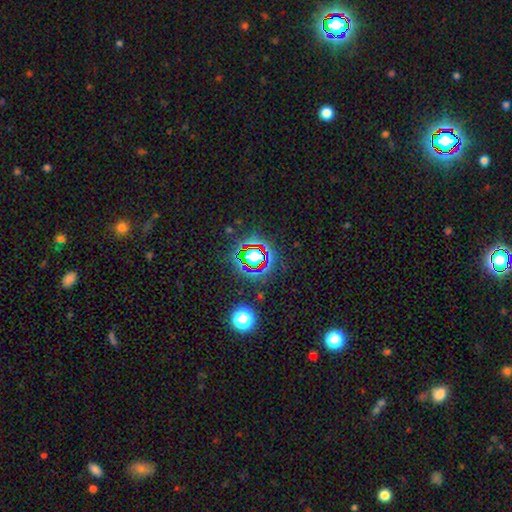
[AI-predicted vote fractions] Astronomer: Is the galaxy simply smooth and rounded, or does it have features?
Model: star or artifact — 68%.